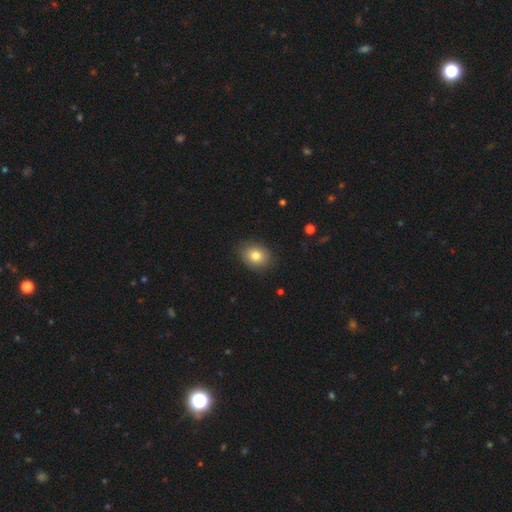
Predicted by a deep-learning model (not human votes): A smooth galaxy with no disk features (82%) that is in between round and cigar-shaped (57%).

Vote fractions:
- Smooth or featured? smooth: 82% / featured or disk: 9% / star or artifact: 9%
- How rounded? in between: 57% / round: 42% / cigar-shaped: 1%
- Merging? none: 86% / minor disturbance: 10% / major disturbance: 2% / merger: 1%